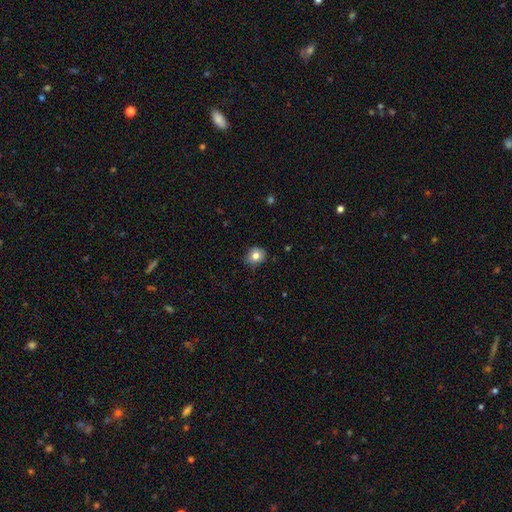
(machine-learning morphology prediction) smooth-or-featured: smooth: 78% | featured or disk: 12% | star or artifact: 10%
  how-rounded: round: 73% | in between: 26% | cigar-shaped: 1%
  merging: none: 79% | minor disturbance: 17% | major disturbance: 3% | merger: 1%